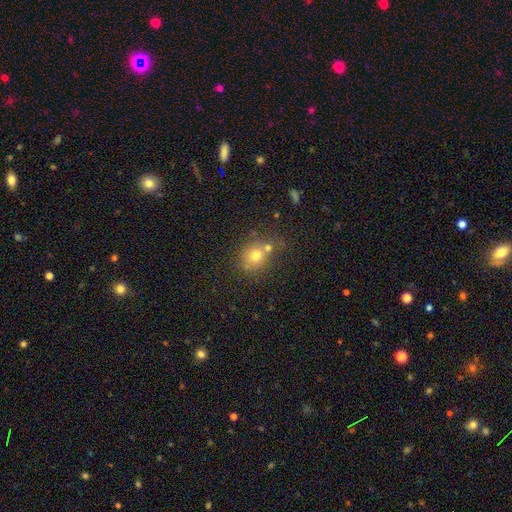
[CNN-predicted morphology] A smooth galaxy with no disk features (72%) that is round (73%).

Vote fractions:
- Smooth or featured? smooth: 72% / star or artifact: 16% / featured or disk: 12%
- How rounded? round: 73% / in between: 26% / cigar-shaped: 1%
- Merging? none: 60% / merger: 22% / minor disturbance: 13% / major disturbance: 5%